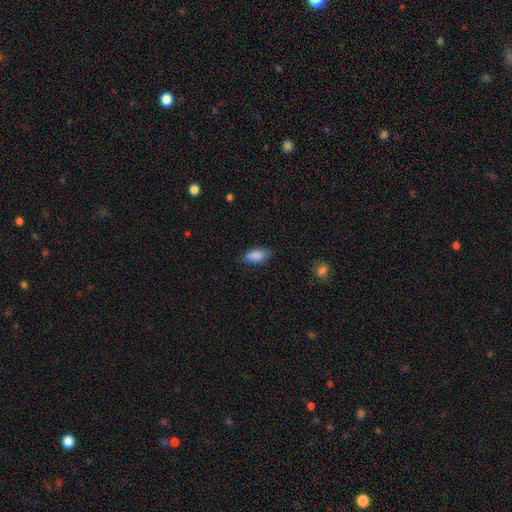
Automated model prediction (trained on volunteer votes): smooth-or-featured: smooth: 87% | star or artifact: 7% | featured or disk: 6%
  how-rounded: in between: 88% | cigar-shaped: 9% | round: 3%
  merging: none: 78% | minor disturbance: 18% | major disturbance: 3% | merger: 1%